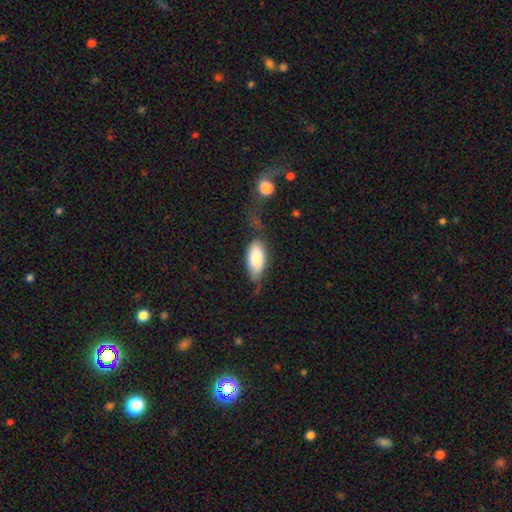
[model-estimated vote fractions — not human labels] A smooth galaxy with no disk features (79%) that is in between round and cigar-shaped (85%).

Vote fractions:
- Smooth or featured? smooth: 79% / featured or disk: 15% / star or artifact: 6%
- How rounded? in between: 85% / cigar-shaped: 12% / round: 2%
- Merging? none: 43% / minor disturbance: 32% / major disturbance: 20% / merger: 5%